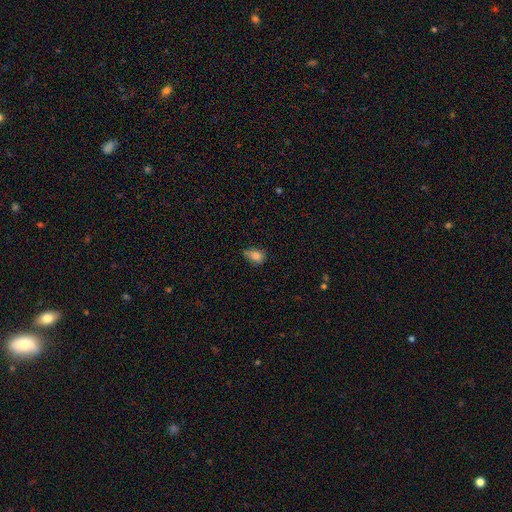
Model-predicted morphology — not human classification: Smooth or featured: smooth — 82% (star or artifact — 10%)
How rounded: in between — 67% (round — 31%)
Merging: none — 48% (minor disturbance — 40%)